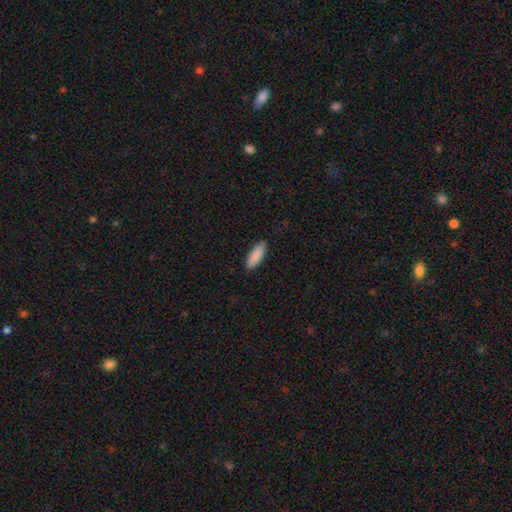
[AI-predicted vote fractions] A smooth galaxy with no disk features (89%) that is in between round and cigar-shaped (66%).

Vote fractions:
- Smooth or featured? smooth: 89% / star or artifact: 5% / featured or disk: 5%
- How rounded? in between: 66% / cigar-shaped: 32% / round: 2%
- Merging? none: 89% / minor disturbance: 9% / major disturbance: 2% / merger: 1%